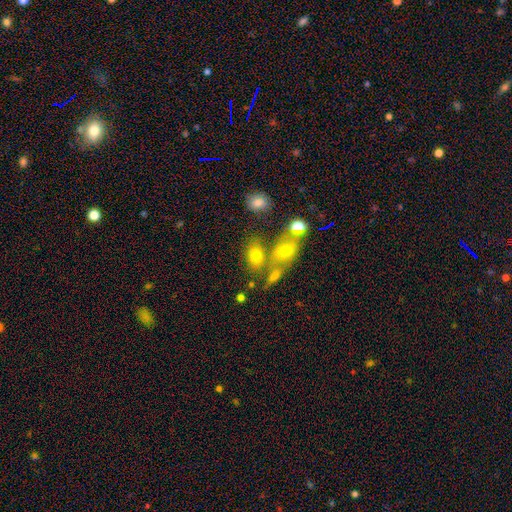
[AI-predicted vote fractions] Smooth or featured: smooth — 72% (featured or disk — 15%)
How rounded: in between — 76% (round — 21%)
Merging: none — 52% (merger — 30%)